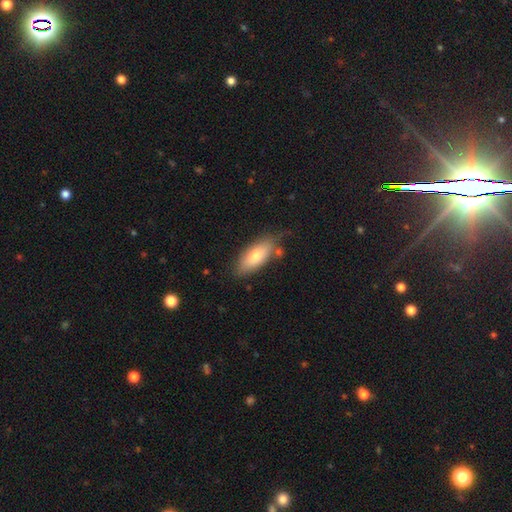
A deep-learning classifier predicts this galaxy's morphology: smooth 71%, featured or disk 22%, star or artifact 7%. Down the decision tree: how rounded — in between (79%); merging — none (69%).